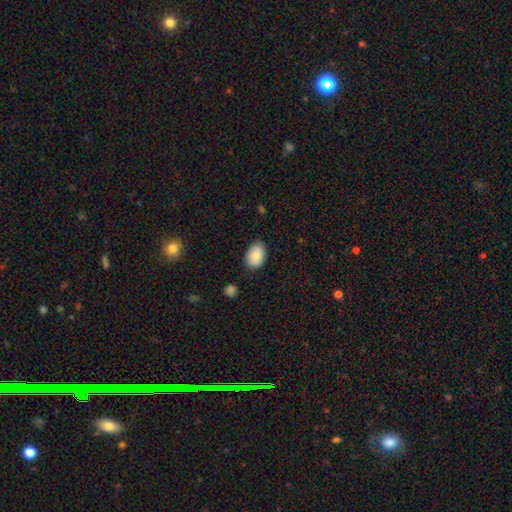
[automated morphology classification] A smooth galaxy with no disk features (86%) that is in between round and cigar-shaped (87%).

Vote fractions:
- Smooth or featured? smooth: 86% / featured or disk: 7% / star or artifact: 7%
- How rounded? in between: 87% / round: 12% / cigar-shaped: 1%
- Merging? none: 79% / minor disturbance: 16% / major disturbance: 3% / merger: 2%